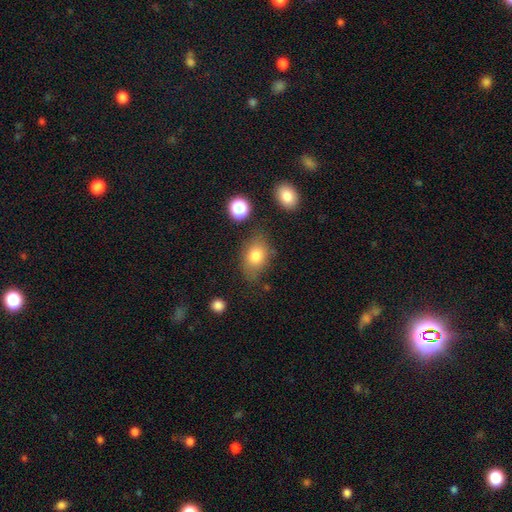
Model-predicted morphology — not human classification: Smooth or featured? Predicted: smooth (p=0.79). How rounded? Predicted: in between (p=0.75). Merging? Predicted: none (p=0.69).